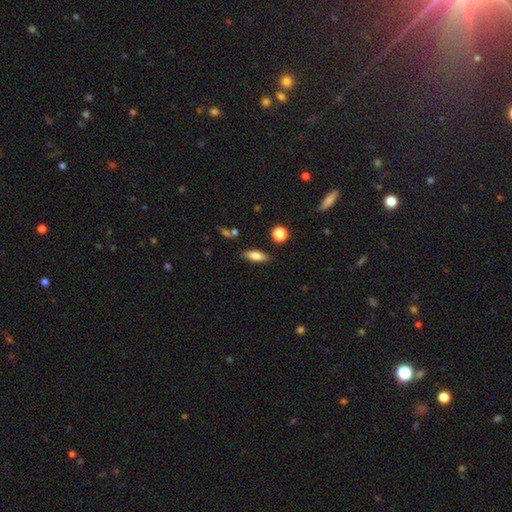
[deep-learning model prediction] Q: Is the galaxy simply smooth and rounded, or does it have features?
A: smooth — 75%.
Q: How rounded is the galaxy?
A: in between — 64%.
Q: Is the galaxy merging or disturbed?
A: none — 84%.